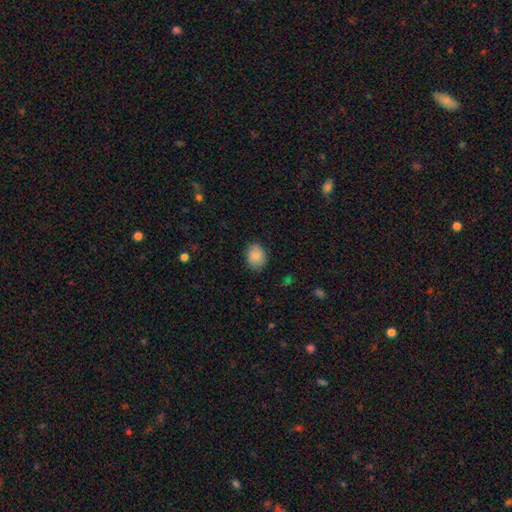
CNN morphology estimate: Smooth or featured: smooth — 88% (star or artifact — 7%)
How rounded: in between — 52% (round — 47%)
Merging: none — 85% (minor disturbance — 11%)